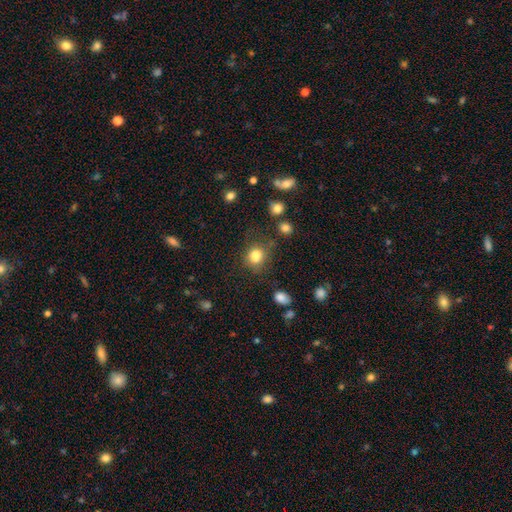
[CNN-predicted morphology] This appears to be a smooth galaxy with no disk features (81%) that is round (59%). Merging: none (60%).